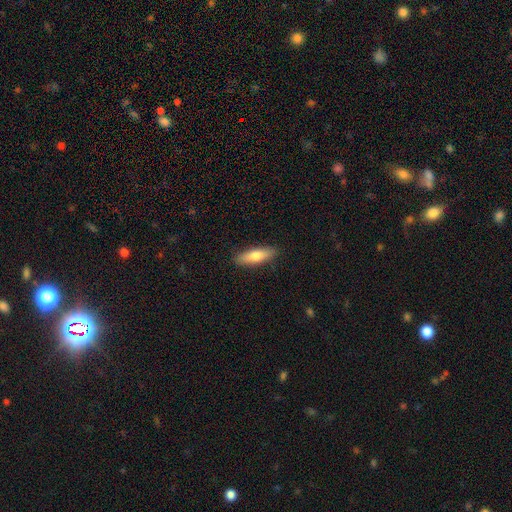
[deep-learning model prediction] smooth_or_featured: smooth (p=0.75) [alt: featured or disk p=0.19]
how_rounded: cigar-shaped (p=0.53) [alt: in between p=0.45]
merging: none (p=0.88) [alt: minor disturbance p=0.09]